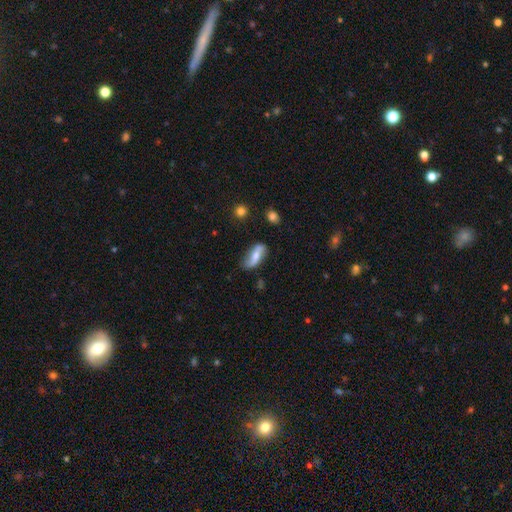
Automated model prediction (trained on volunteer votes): Q: Smooth or featured?
A: featured or disk (55%); runner-up: smooth (37%)
Q: Edge-on disk?
A: no (84%); runner-up: yes (16%)
Q: Merging?
A: none (71%); runner-up: minor disturbance (20%)